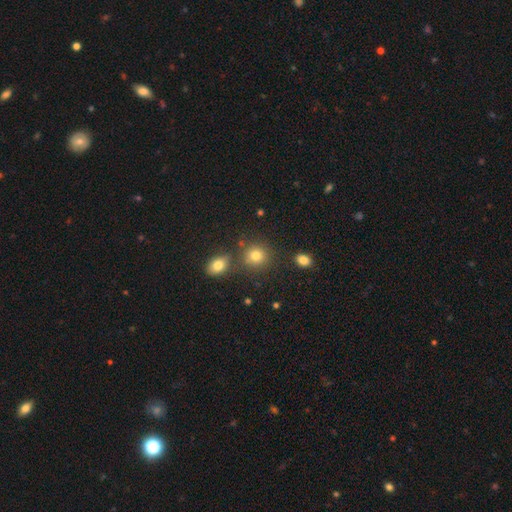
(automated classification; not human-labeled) Overall: smooth (80%). How rounded: round (82%). Merging: none (74%).